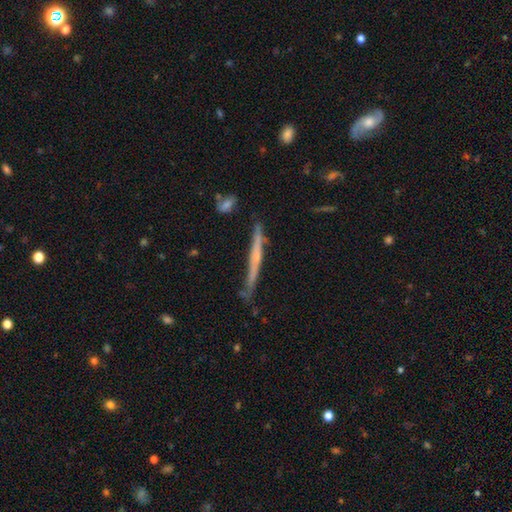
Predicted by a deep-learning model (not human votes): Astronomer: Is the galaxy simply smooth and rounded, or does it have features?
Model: featured or disk — 61%.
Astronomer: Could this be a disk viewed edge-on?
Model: yes — 95%.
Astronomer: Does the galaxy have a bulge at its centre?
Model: none — 61%.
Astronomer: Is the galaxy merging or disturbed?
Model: none — 75%.